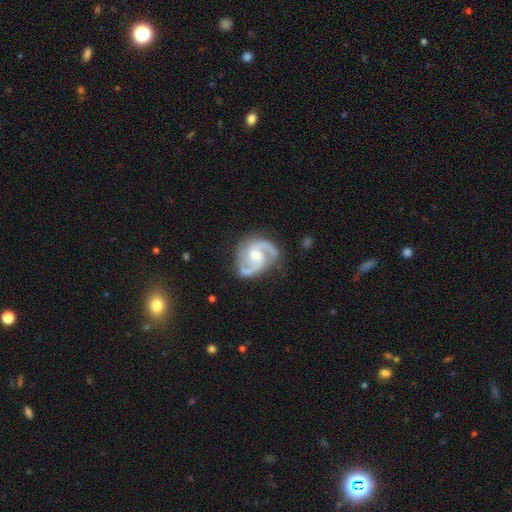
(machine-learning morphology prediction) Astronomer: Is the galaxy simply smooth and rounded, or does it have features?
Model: featured or disk — 92%.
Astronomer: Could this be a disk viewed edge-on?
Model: no — 98%.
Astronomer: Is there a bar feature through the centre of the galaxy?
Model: no — 49% (runner-up: weak, 42%).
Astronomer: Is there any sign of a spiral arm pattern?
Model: yes — 98%.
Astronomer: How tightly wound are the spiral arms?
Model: medium — 61%.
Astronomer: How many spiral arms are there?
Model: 2 — 90%.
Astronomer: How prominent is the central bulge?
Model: moderate — 58% (runner-up: small, 35%).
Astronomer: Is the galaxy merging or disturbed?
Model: none — 74%.